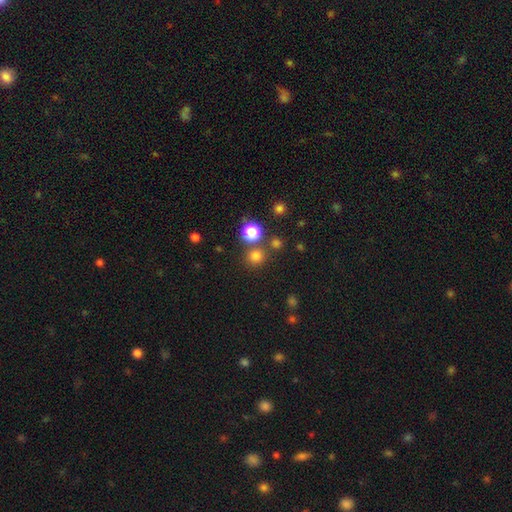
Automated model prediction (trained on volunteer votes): Q: Smooth or featured?
A: smooth (75%); runner-up: star or artifact (20%)
Q: How rounded?
A: round (92%); runner-up: in between (7%)
Q: Merging?
A: none (77%); runner-up: merger (13%)